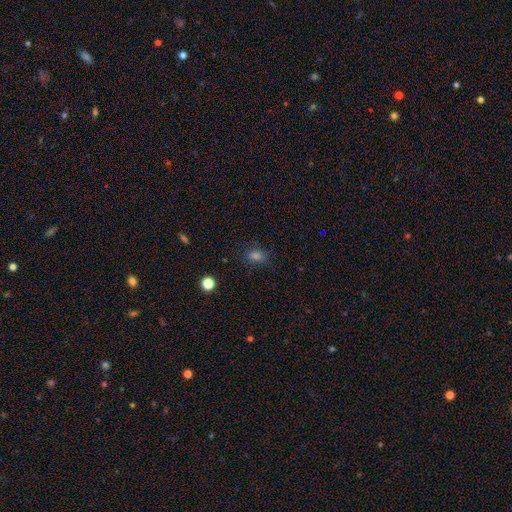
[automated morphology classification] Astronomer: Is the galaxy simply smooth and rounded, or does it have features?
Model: smooth — 73%.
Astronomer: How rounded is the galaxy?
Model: in between — 68%.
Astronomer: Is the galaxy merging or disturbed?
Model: none — 79%.